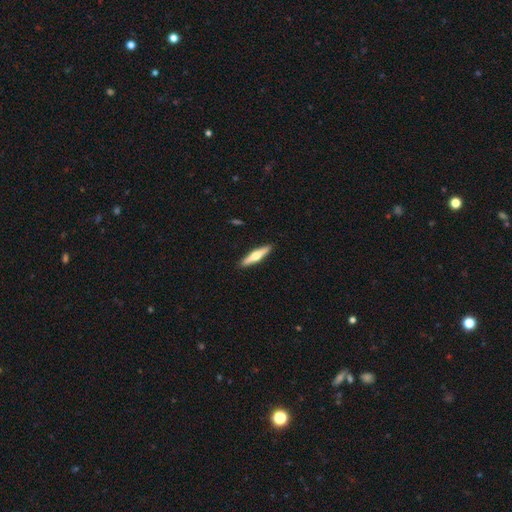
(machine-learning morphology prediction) Smooth or featured? Predicted: featured or disk (p=0.59). Edge-on disk? Predicted: yes (p=0.96). Edge-on bulge? Predicted: rounded (p=0.94). Merging? Predicted: none (p=0.92).